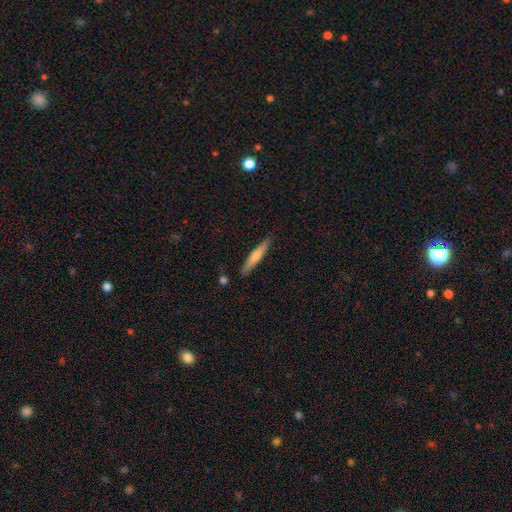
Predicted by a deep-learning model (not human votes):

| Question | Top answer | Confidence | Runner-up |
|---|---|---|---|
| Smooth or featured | smooth | 50% | featured or disk (43%) |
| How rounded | cigar-shaped | 93% | in between (6%) |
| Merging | none | 89% | minor disturbance (8%) |